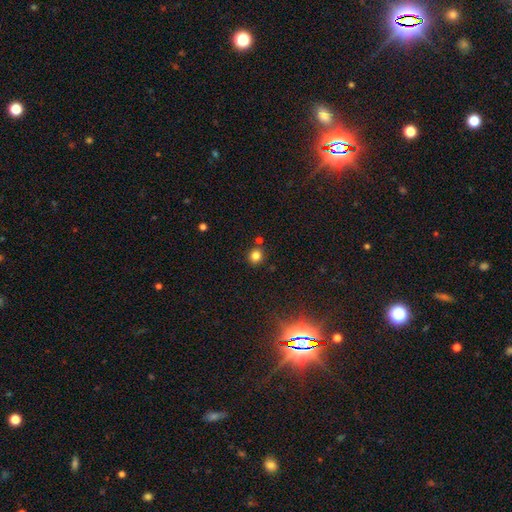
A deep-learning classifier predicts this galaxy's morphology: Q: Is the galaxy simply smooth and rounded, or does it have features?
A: smooth — 81%.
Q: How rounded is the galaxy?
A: round — 86%.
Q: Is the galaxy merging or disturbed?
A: none — 81%.